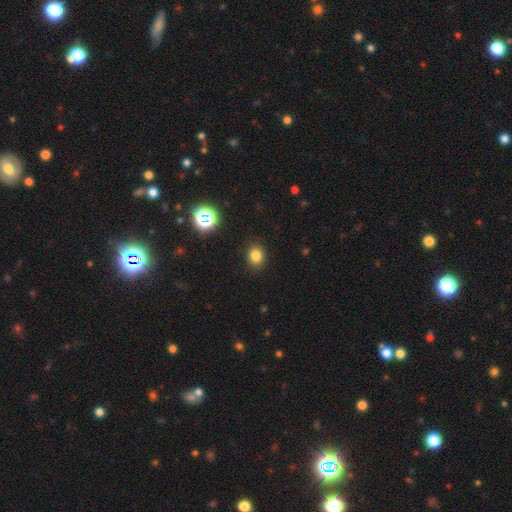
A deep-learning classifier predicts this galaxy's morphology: Q: Smooth or featured?
A: smooth (81%); runner-up: star or artifact (14%)
Q: How rounded?
A: round (63%); runner-up: in between (36%)
Q: Merging?
A: none (89%); runner-up: minor disturbance (7%)